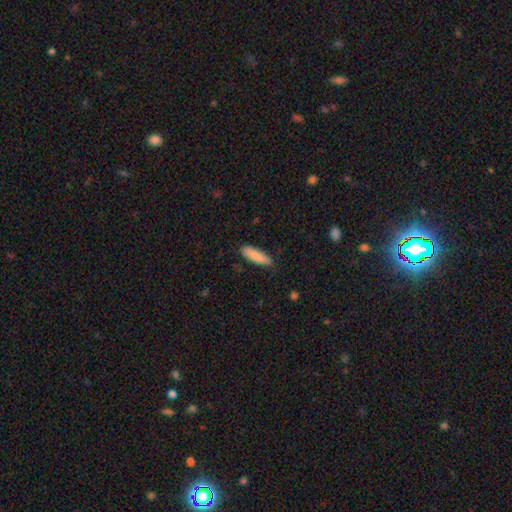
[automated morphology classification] Q: Smooth or featured?
A: smooth (83%); runner-up: featured or disk (11%)
Q: How rounded?
A: cigar-shaped (54%); runner-up: in between (45%)
Q: Merging?
A: none (82%); runner-up: minor disturbance (14%)